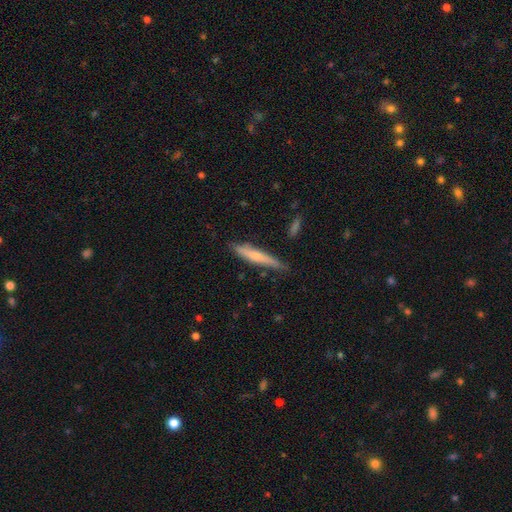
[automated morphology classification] Overall: smooth (63%; featured or disk 31%). How rounded: cigar-shaped (93%). Merging: none (78%).